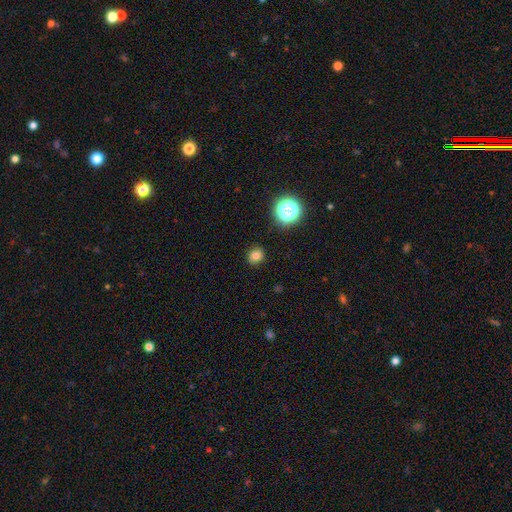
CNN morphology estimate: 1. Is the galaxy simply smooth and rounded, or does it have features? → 78% smooth, 17% star or artifact, 5% featured or disk.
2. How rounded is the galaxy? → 84% round, 15% in between, 1% cigar-shaped.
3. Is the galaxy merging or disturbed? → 89% none, 8% minor disturbance, 2% major disturbance, 1% merger.